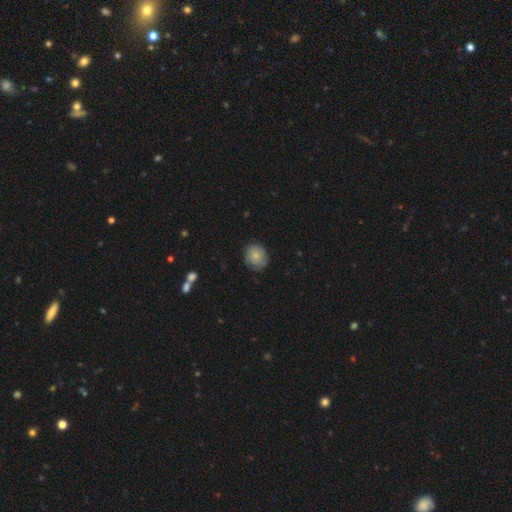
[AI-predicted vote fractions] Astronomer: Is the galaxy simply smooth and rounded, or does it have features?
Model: smooth — 77%.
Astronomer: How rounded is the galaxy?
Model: round — 76%.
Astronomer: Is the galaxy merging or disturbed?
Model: none — 76%.